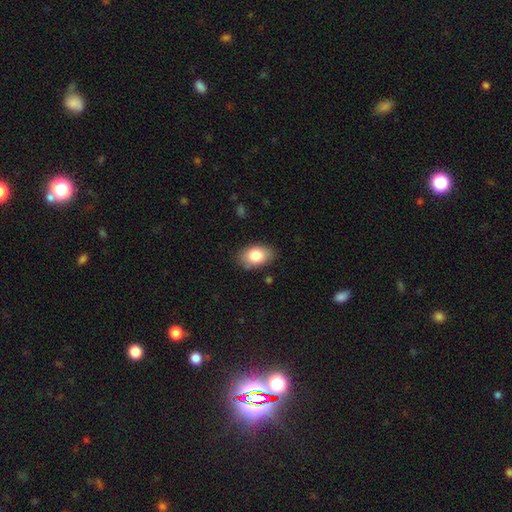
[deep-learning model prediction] Q: Smooth or featured?
A: smooth (82%); runner-up: featured or disk (10%)
Q: How rounded?
A: in between (88%); runner-up: round (11%)
Q: Merging?
A: none (82%); runner-up: minor disturbance (14%)